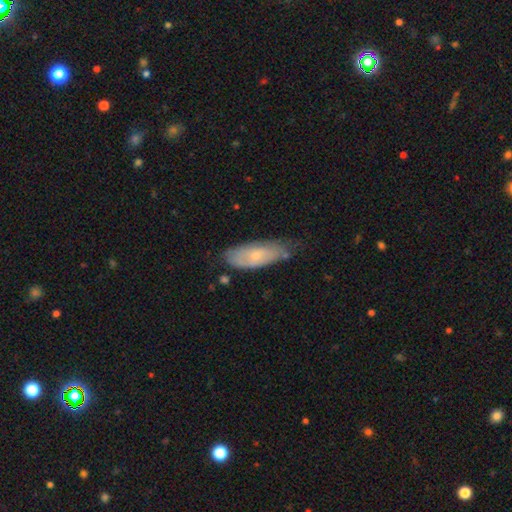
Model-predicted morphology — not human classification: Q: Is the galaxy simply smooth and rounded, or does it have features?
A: smooth — 56%.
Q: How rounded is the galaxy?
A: in between — 73%.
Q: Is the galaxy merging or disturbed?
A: none — 55%.